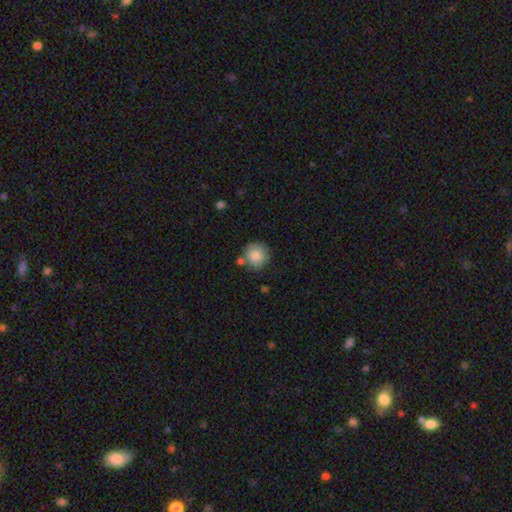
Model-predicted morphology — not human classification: Smooth or featured: smooth — 85% (star or artifact — 8%)
How rounded: round — 94% (in between — 5%)
Merging: none — 77% (minor disturbance — 11%)